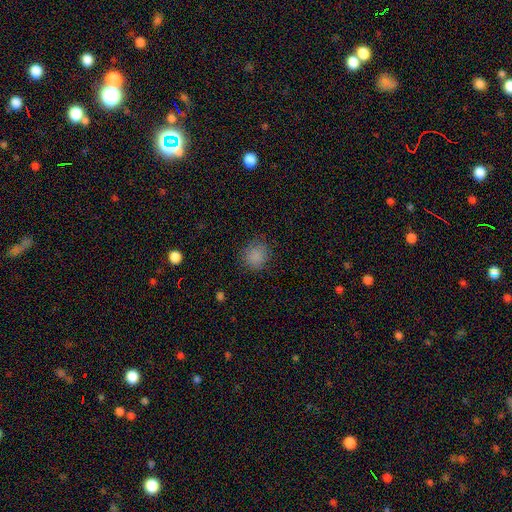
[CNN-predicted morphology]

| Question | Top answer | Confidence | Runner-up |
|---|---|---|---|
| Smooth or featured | smooth | 85% | star or artifact (11%) |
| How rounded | round | 86% | in between (14%) |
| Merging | none | 84% | minor disturbance (11%) |